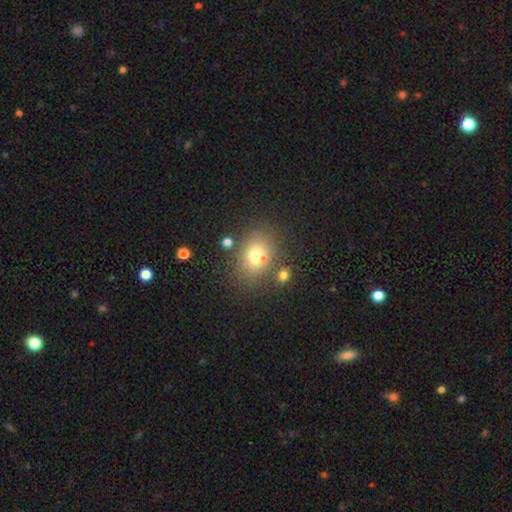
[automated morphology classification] type=smooth (70%); roundness=in between (53%); merging=none (64%).